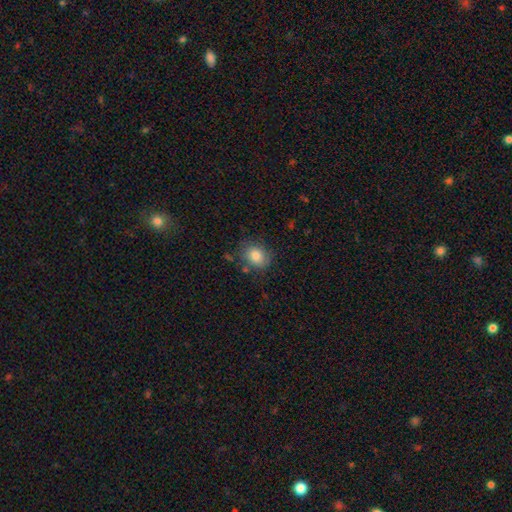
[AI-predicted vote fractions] Smooth or featured: smooth — 80% (featured or disk — 10%)
How rounded: round — 57% (in between — 42%)
Merging: none — 76% (minor disturbance — 16%)